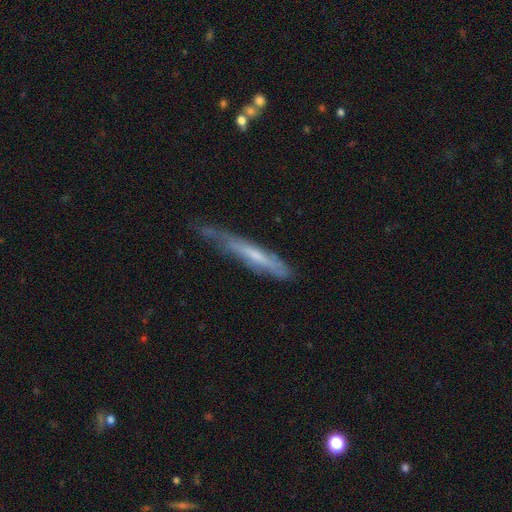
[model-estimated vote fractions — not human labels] This is possibly a featured or disk galaxy (53%). It is likely viewed edge-on (77%). Merging: possibly none (49%).